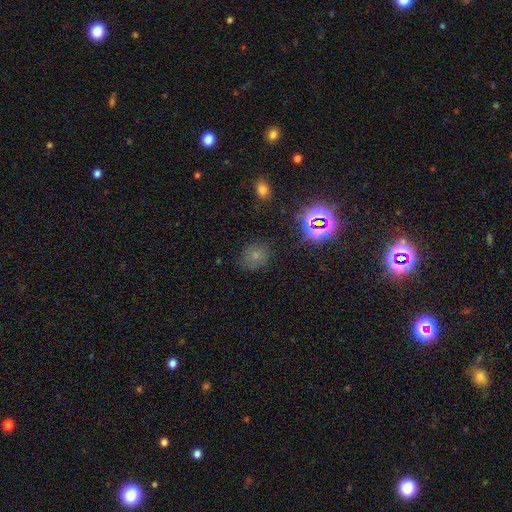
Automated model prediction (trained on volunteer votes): This appears to be a smooth galaxy with no disk features (63%) that is round (78%). Merging: none (78%).